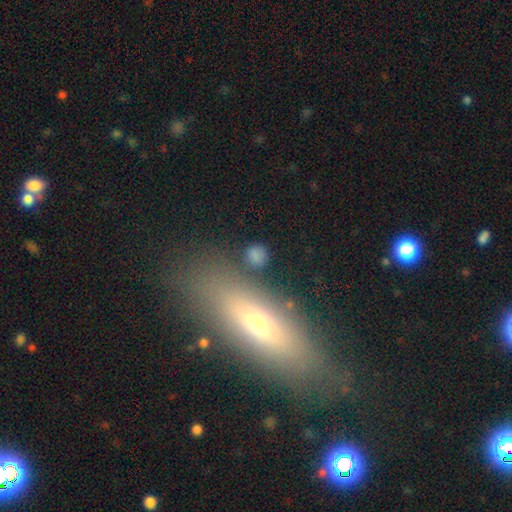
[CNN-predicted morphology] This appears to be a smooth galaxy with no disk features (77%) that is round (85%). Merging: none (79%).